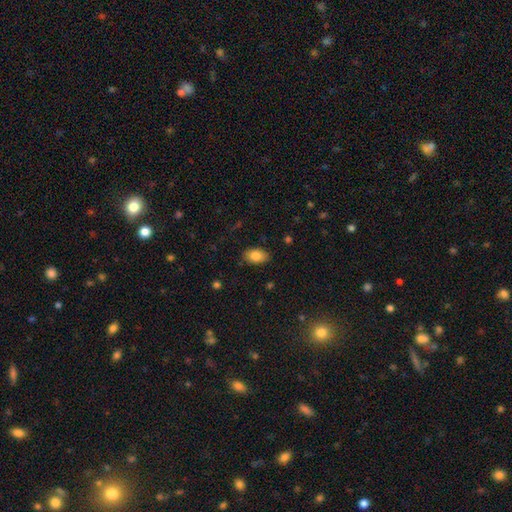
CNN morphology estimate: Smooth or featured? Predicted: smooth (p=0.83). How rounded? Predicted: in between (p=0.90). Merging? Predicted: none (p=0.86).